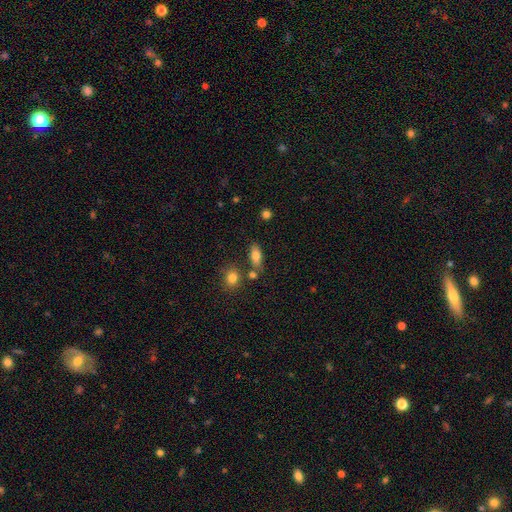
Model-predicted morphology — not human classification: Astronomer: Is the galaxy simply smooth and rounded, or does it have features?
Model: smooth — 78%.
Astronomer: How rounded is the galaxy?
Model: in between — 80%.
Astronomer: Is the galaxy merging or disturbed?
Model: none — 71%.